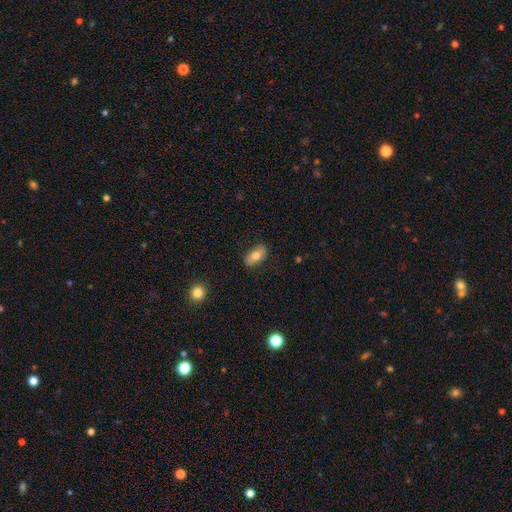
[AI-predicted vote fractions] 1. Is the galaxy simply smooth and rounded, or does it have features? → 68% smooth, 25% featured or disk, 7% star or artifact.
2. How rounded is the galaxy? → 88% in between, 7% cigar-shaped, 5% round.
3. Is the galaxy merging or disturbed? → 82% none, 14% minor disturbance, 3% major disturbance, 1% merger.